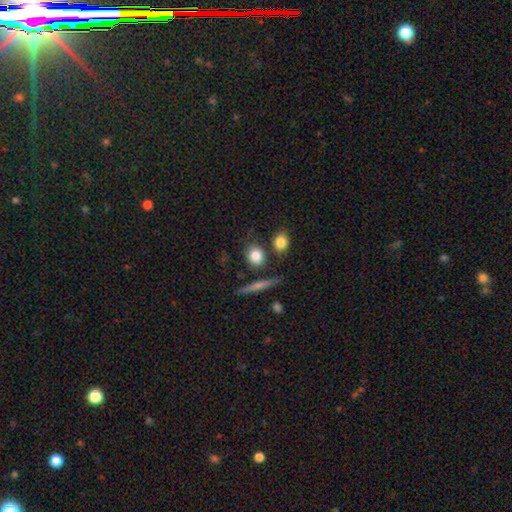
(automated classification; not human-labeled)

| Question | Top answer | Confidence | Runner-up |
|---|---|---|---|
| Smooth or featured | smooth | 81% | featured or disk (10%) |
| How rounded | round | 72% | in between (24%) |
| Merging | none | 72% | minor disturbance (12%) |